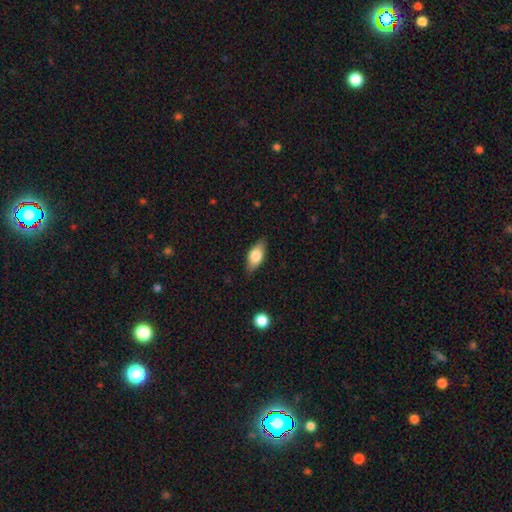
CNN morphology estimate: Q: Smooth or featured?
A: smooth (72%); runner-up: featured or disk (21%)
Q: How rounded?
A: in between (85%); runner-up: cigar-shaped (11%)
Q: Merging?
A: none (82%); runner-up: minor disturbance (14%)